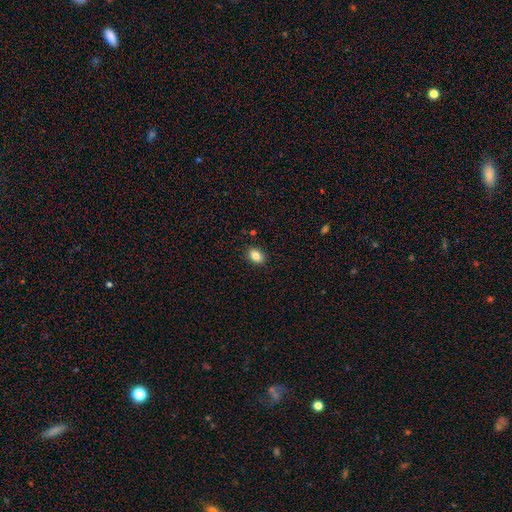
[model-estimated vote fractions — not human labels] A smooth galaxy with no disk features (84%) that is in between round and cigar-shaped (78%). Merging: none (88%).